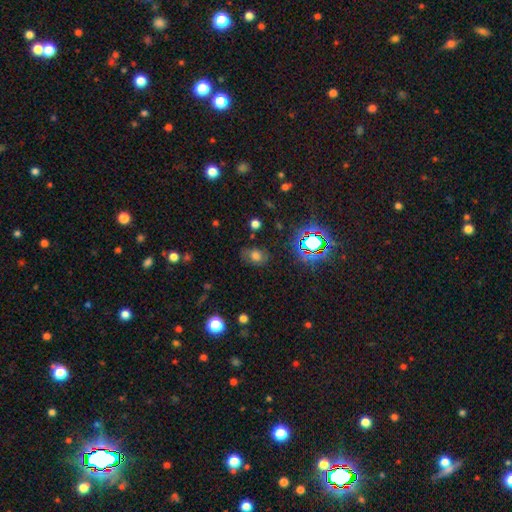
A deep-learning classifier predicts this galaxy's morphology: Smooth or featured? Predicted: smooth (p=0.61). How rounded? Predicted: in between (p=0.66). Merging? Predicted: none (p=0.69).